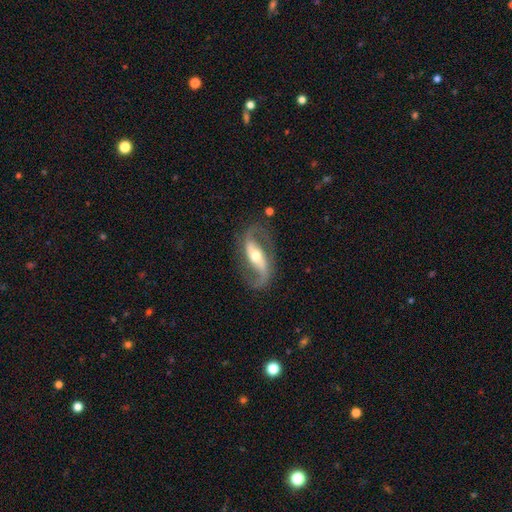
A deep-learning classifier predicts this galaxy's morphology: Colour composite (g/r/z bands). It shows a featured or disk galaxy (89%) with a strong bar (45%), 2 (92%) loose (56%) spiral arms (96%) and a moderate central bulge (63%). Merging: none (78%).